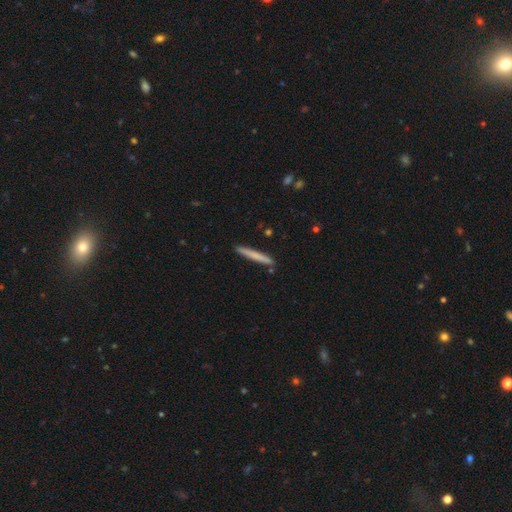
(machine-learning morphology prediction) Smooth or featured? smooth (71%)
How rounded? cigar-shaped (97%)
Merging? none (89%)